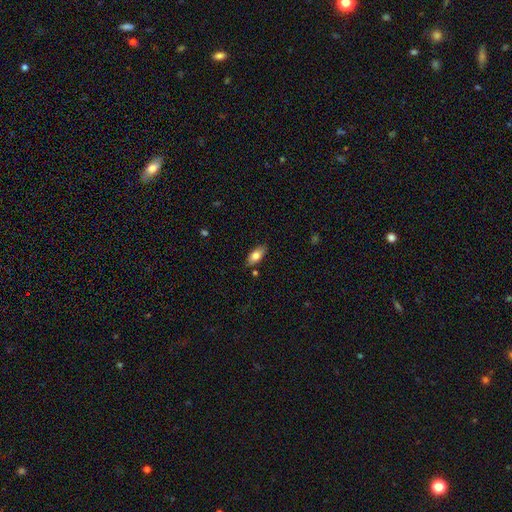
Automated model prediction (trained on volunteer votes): Morphology: type=smooth (77%); roundness=in between (86%); merging=none (82%).